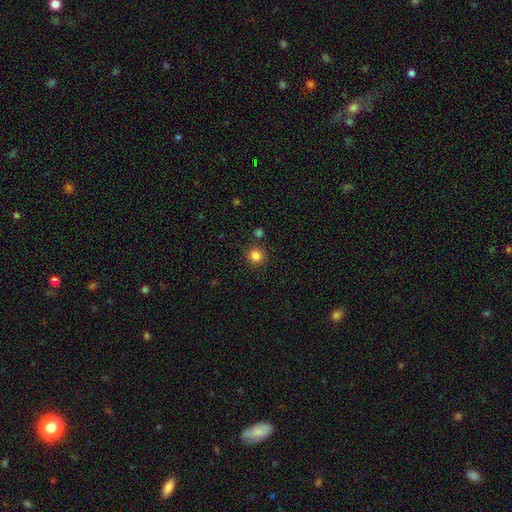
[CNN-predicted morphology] Overall: smooth (84%). How rounded: round (94%). Merging: none (87%).